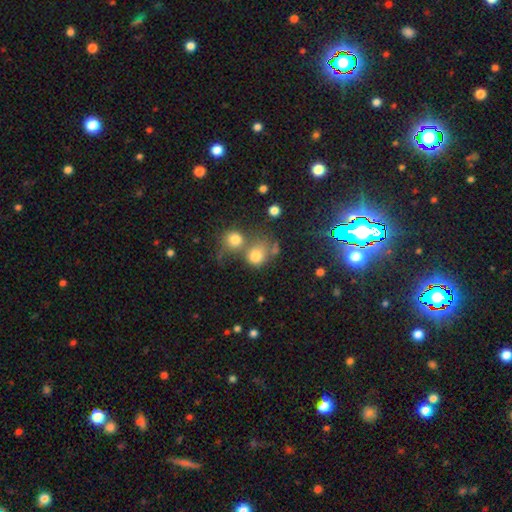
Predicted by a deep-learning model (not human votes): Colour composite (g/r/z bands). It shows a smooth galaxy with no disk features (76%) that is round (76%). Merging: merger (46%).